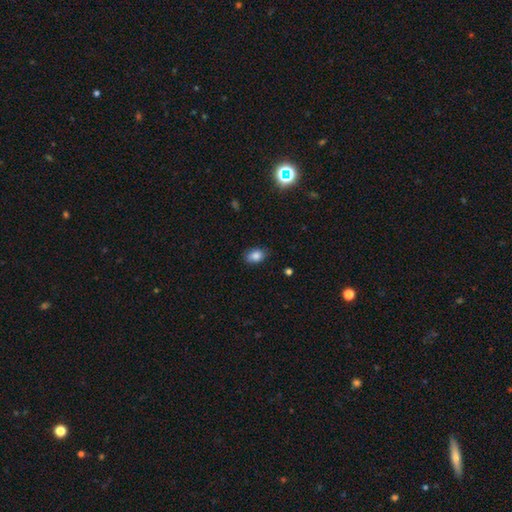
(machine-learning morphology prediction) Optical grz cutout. It shows a smooth galaxy with no disk features (85%) that is in between round and cigar-shaped (82%). Merging: none (82%).